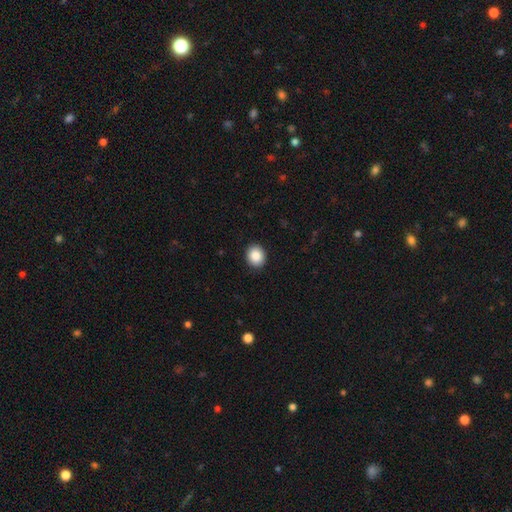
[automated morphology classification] smooth 88%, star or artifact 8%, featured or disk 4%. Down the decision tree: how rounded — round (63%); merging — none (91%).